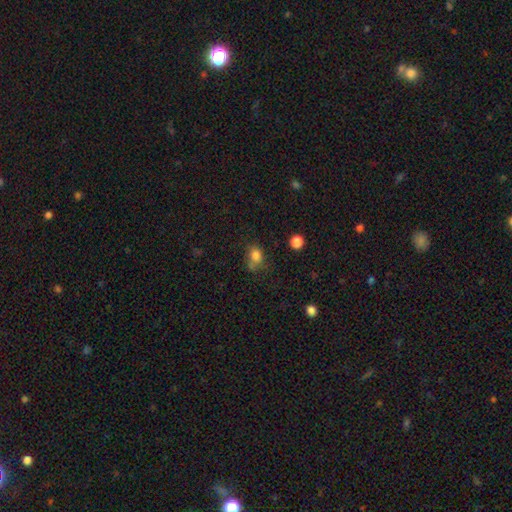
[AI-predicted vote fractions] The model was most divided on "how rounded": round: 51%, in between: 48%, cigar-shaped: 1%. More confident: smooth or featured — smooth (79%); merging — none (52%).